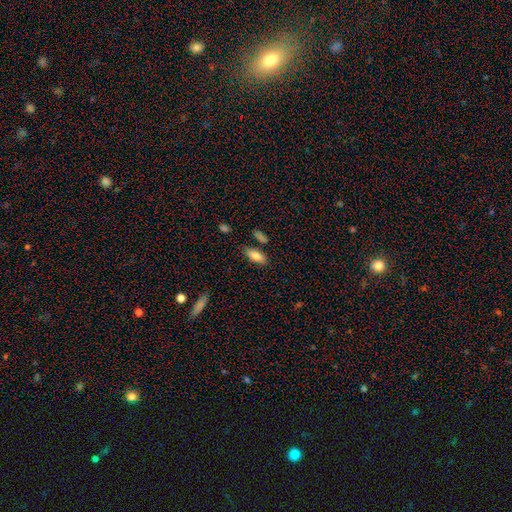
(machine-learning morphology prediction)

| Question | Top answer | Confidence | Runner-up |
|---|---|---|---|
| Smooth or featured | smooth | 83% | featured or disk (10%) |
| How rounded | in between | 82% | cigar-shaped (15%) |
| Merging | none | 76% | minor disturbance (14%) |